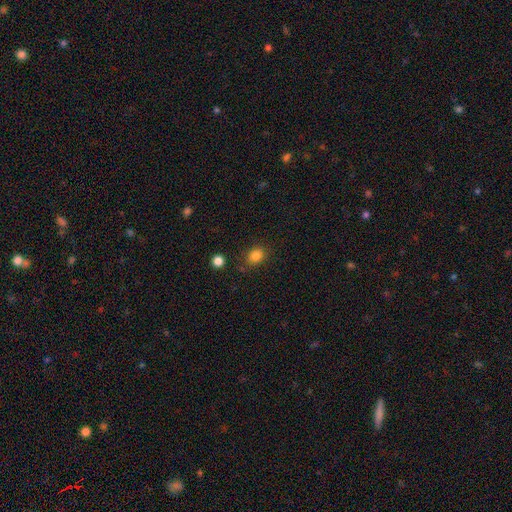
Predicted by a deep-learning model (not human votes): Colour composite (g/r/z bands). It shows a smooth galaxy with no disk features (83%) that is in between round and cigar-shaped (51%). Merging: none (81%).